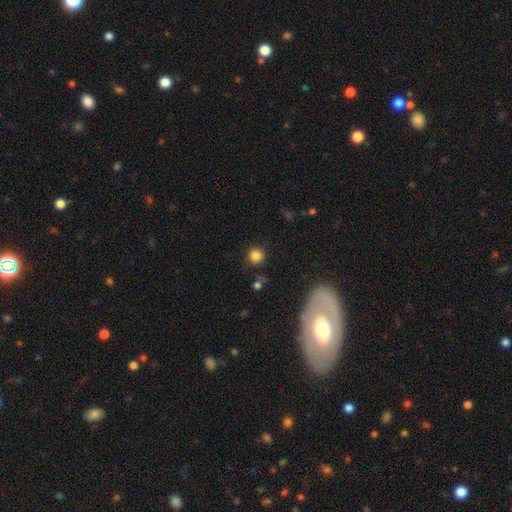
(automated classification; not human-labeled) Morphology: type=smooth (83%); roundness=round (94%); merging=none (85%).